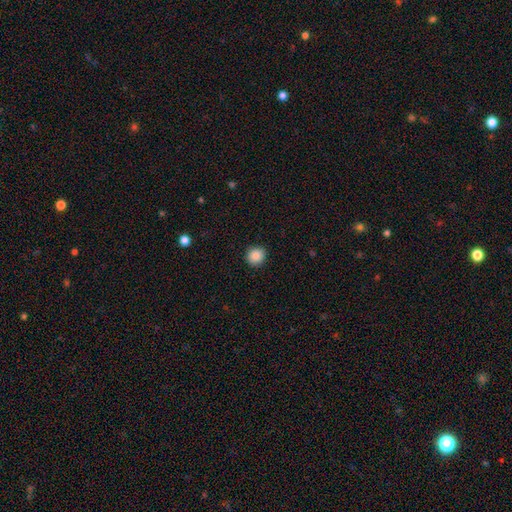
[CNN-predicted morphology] This is clearly a smooth galaxy (88%). How rounded: clearly round (90%). Merging: clearly none (92%).